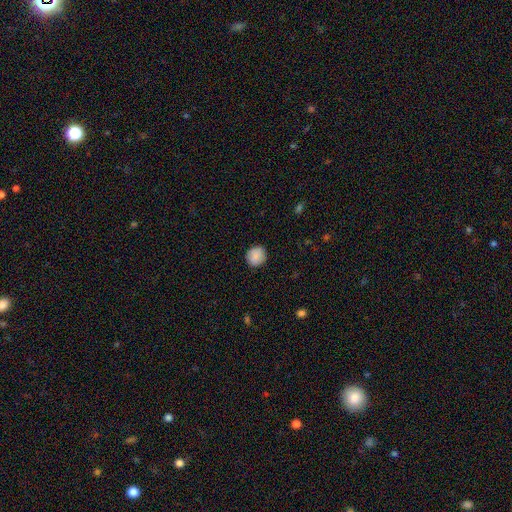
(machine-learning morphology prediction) Smooth or featured: smooth — 87% (star or artifact — 8%)
How rounded: round — 84% (in between — 15%)
Merging: none — 88% (minor disturbance — 9%)